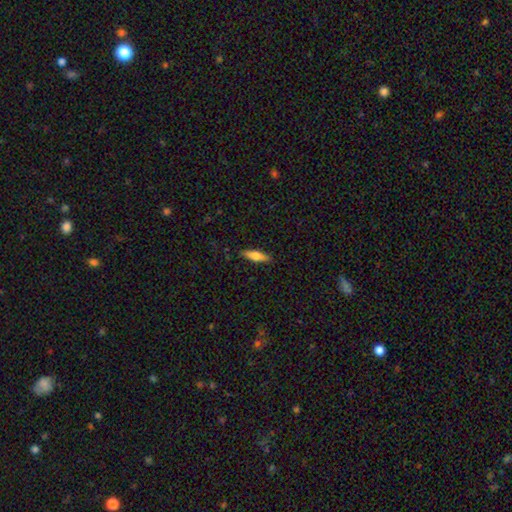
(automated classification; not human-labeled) Smooth or featured? smooth (61%)
How rounded? cigar-shaped (64%)
Merging? none (88%)